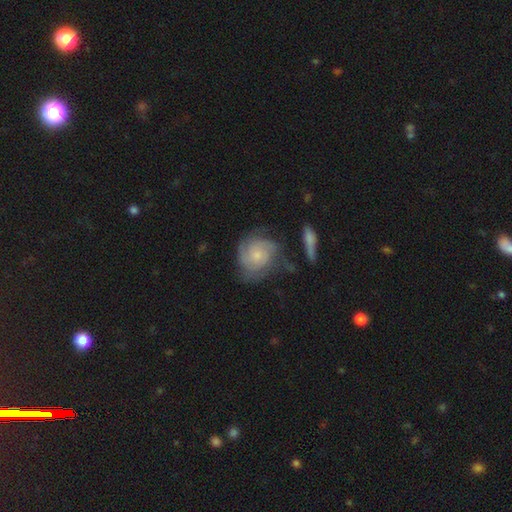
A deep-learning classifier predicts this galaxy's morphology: Overall: featured or disk (59%; smooth 34%). Edge-on disk: no (97%). Bar: no (79%). Spiral arms: yes (87%). Bulge size: small (60%; moderate 27%). Merging: none (55%; minor disturbance 24%).